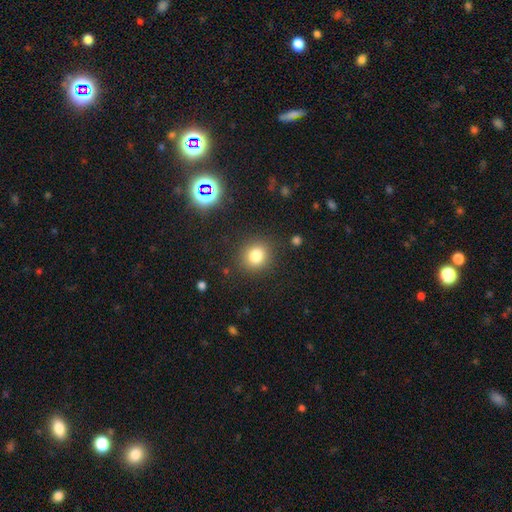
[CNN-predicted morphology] A smooth galaxy with no disk features (80%) that is round (83%).

Vote fractions:
- Smooth or featured? smooth: 80% / star or artifact: 13% / featured or disk: 7%
- How rounded? round: 83% / in between: 16% / cigar-shaped: 1%
- Merging? none: 87% / minor disturbance: 8% / major disturbance: 3% / merger: 2%